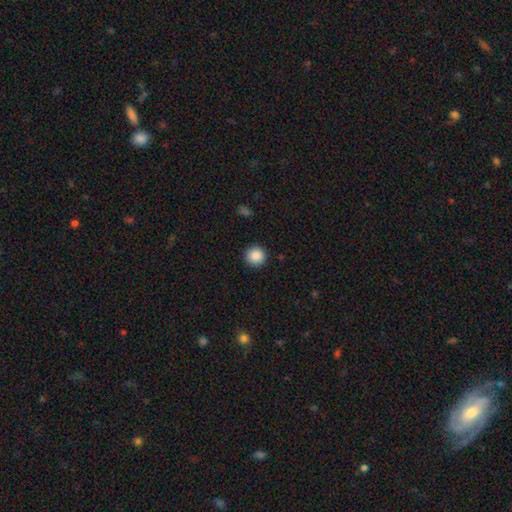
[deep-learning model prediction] Smooth or featured?
  - smooth: 88% *
  - star or artifact: 9%
  - featured or disk: 3%
How rounded?
  - round: 95% *
  - in between: 4%
  - cigar-shaped: 1%
Merging?
  - none: 92% *
  - minor disturbance: 5%
  - major disturbance: 2%
  - merger: 1%